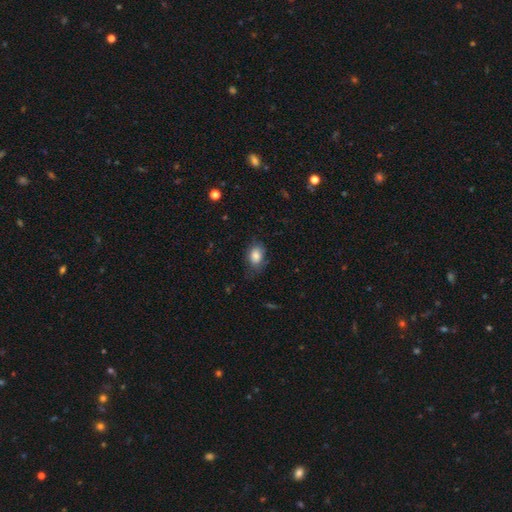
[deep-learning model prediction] smooth_or_featured: smooth (p=0.81) [alt: featured or disk p=0.11]
how_rounded: in between (p=0.81) [alt: round p=0.18]
merging: none (p=0.62) [alt: minor disturbance p=0.27]